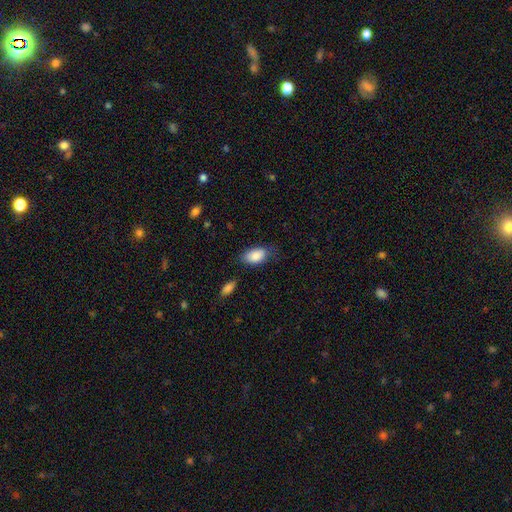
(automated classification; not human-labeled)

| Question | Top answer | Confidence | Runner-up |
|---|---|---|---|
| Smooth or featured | smooth | 87% | star or artifact (7%) |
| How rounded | in between | 92% | round (5%) |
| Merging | none | 67% | minor disturbance (23%) |